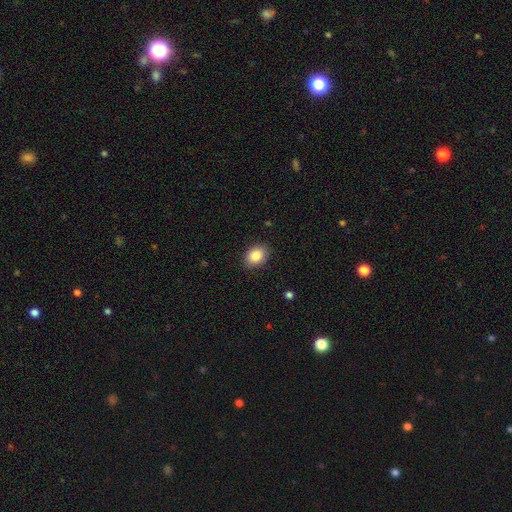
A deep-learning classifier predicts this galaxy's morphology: Overall: smooth (87%). How rounded: in between (71%). Merging: none (87%).